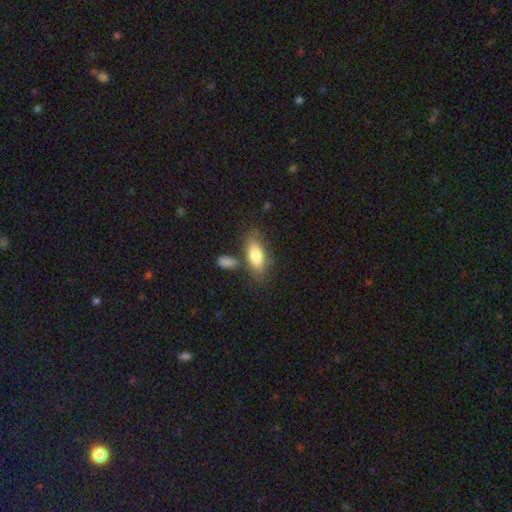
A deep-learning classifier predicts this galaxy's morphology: type=smooth (78%); roundness=in between (81%); merging=none (67%).